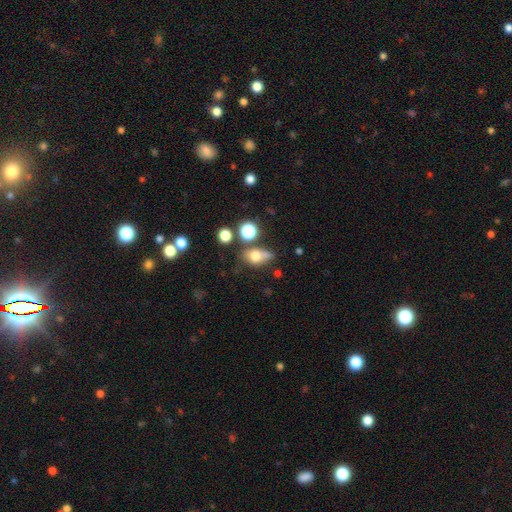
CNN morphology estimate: This is likely a smooth galaxy (70%). How rounded: likely in between (64%). Merging: marginally none (43%).